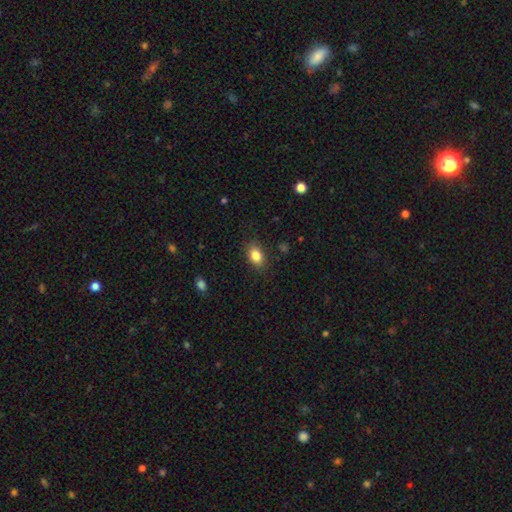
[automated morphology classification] Overall: smooth (85%). How rounded: in between (82%). Merging: none (85%).